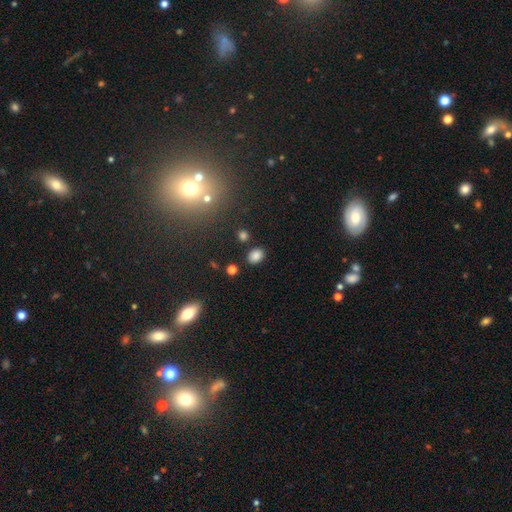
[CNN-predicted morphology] type=smooth (83%); roundness=in between (69%); merging=none (82%).